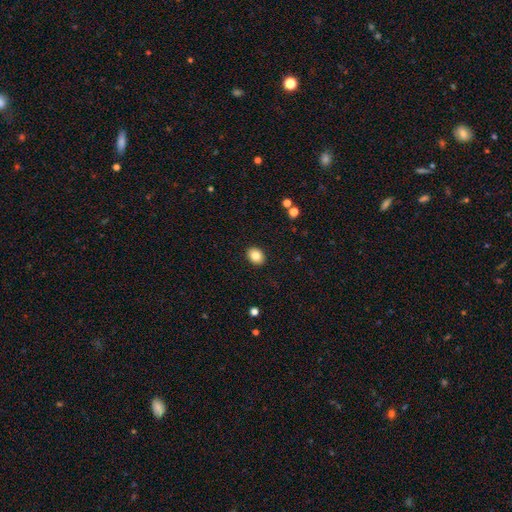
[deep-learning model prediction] A smooth galaxy with no disk features (84%) that is in between round and cigar-shaped (59%). Merging: none (91%).